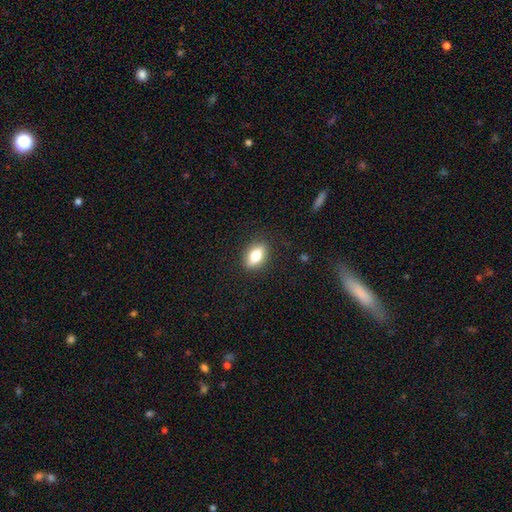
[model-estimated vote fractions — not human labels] Morphology: type=smooth (76%); roundness=in between (84%); merging=none (87%).